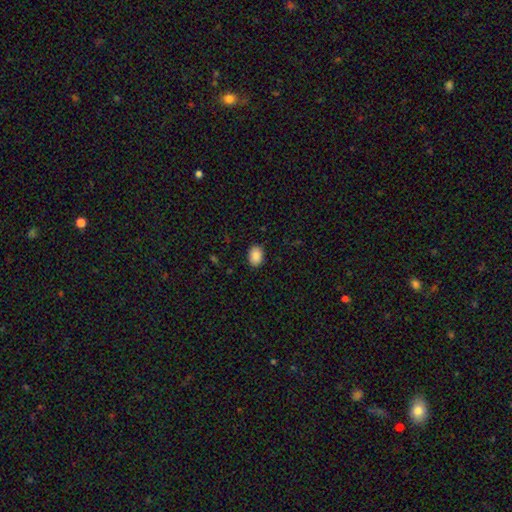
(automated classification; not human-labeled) The model was most divided on "how rounded": in between: 77%, round: 22%, cigar-shaped: 1%. More confident: merging — none (89%); smooth or featured — smooth (88%).